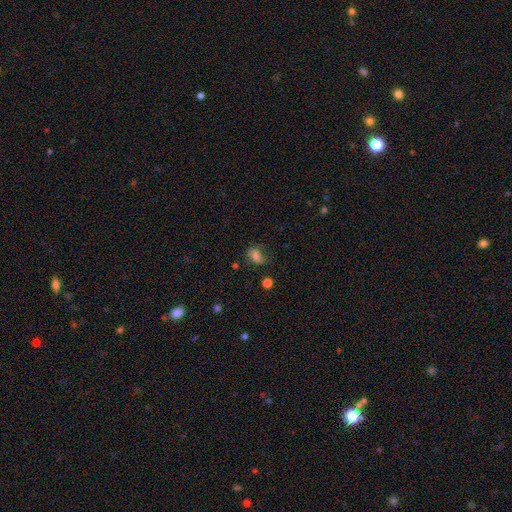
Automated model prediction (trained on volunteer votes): smooth-or-featured: smooth: 68% | featured or disk: 19% | star or artifact: 13%
  how-rounded: in between: 70% | round: 28% | cigar-shaped: 2%
  merging: none: 54% | minor disturbance: 28% | major disturbance: 15% | merger: 3%